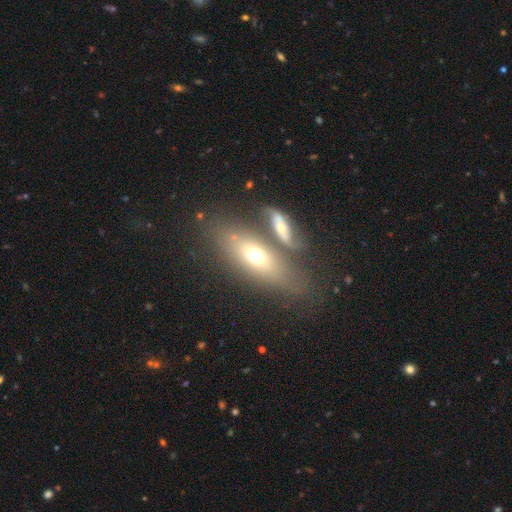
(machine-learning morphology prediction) The model was most divided on "merging": none: 48%, merger: 28%, minor disturbance: 14%, major disturbance: 9%. More confident: how rounded — in between (71%); smooth or featured — smooth (58%).